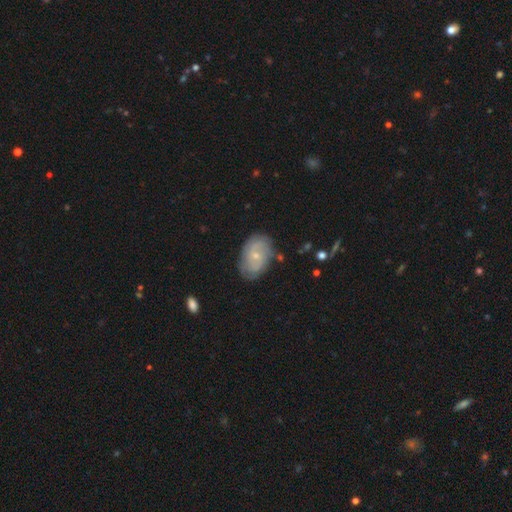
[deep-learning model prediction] Q: Smooth or featured?
A: featured or disk (58%); runner-up: smooth (34%)
Q: Edge-on disk?
A: no (95%); runner-up: yes (5%)
Q: Bar?
A: no (66%); runner-up: weak (29%)
Q: Spiral arms?
A: yes (76%); runner-up: no (24%)
Q: Bulge size?
A: small (71%); runner-up: moderate (26%)
Q: Merging?
A: none (76%); runner-up: minor disturbance (17%)